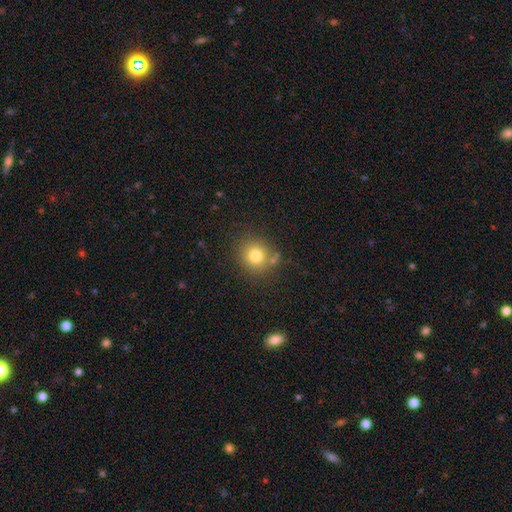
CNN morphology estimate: A smooth galaxy with no disk features (77%) that is round (85%).

Vote fractions:
- Smooth or featured? smooth: 77% / star or artifact: 14% / featured or disk: 9%
- How rounded? round: 85% / in between: 14% / cigar-shaped: 1%
- Merging? none: 77% / minor disturbance: 11% / merger: 8% / major disturbance: 4%